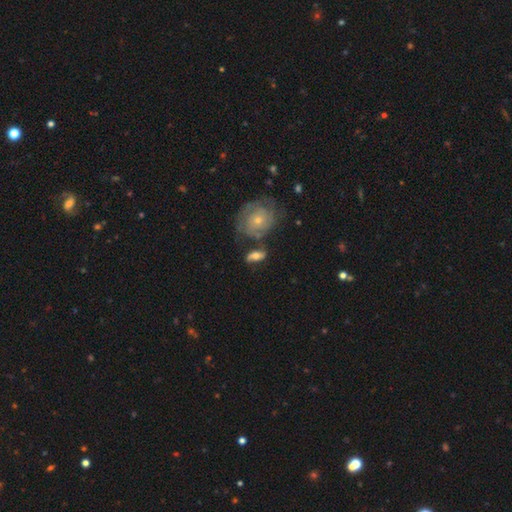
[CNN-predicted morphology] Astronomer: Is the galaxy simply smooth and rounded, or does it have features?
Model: featured or disk — 50% (runner-up: smooth, 42%).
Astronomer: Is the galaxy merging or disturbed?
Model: none — 54%.